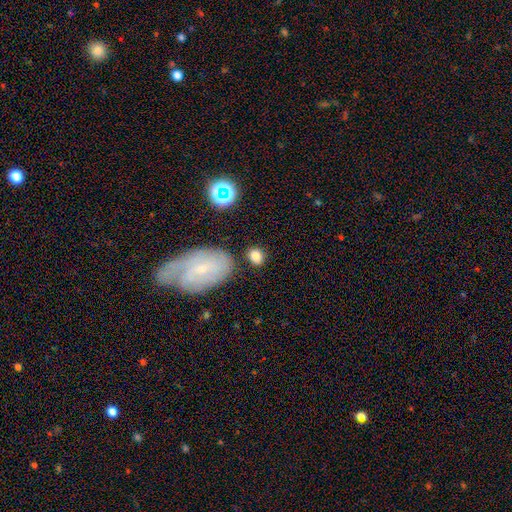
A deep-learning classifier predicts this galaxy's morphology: A smooth galaxy with no disk features (81%) that is in between round and cigar-shaped (60%).

Vote fractions:
- Smooth or featured? smooth: 81% / star or artifact: 11% / featured or disk: 8%
- How rounded? in between: 60% / round: 38% / cigar-shaped: 2%
- Merging? none: 77% / minor disturbance: 13% / merger: 5% / major disturbance: 4%